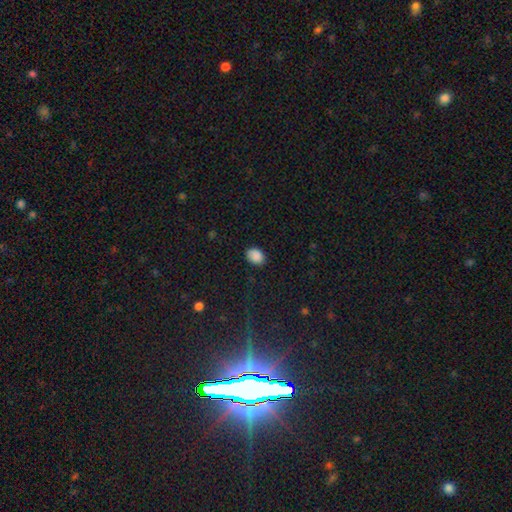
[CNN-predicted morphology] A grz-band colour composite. It shows a smooth galaxy with no disk features (88%) that is in between round and cigar-shaped (66%). Merging: none (86%).